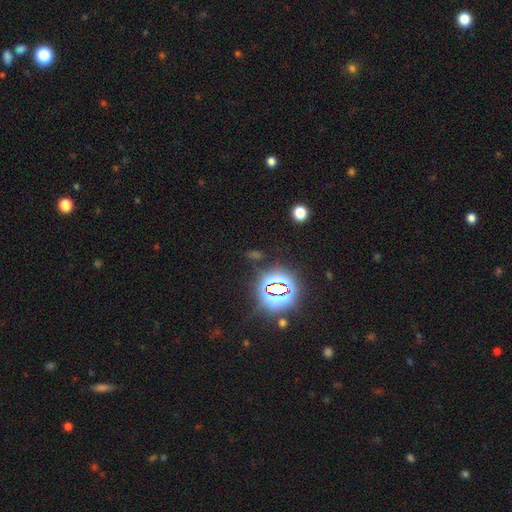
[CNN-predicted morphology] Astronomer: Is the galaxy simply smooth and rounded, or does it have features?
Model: star or artifact — 75%.